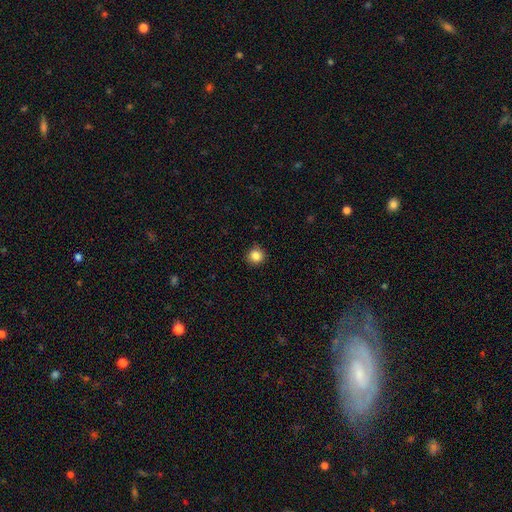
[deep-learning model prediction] smooth-or-featured: smooth: 86% | star or artifact: 10% | featured or disk: 3%
  how-rounded: round: 94% | in between: 5% | cigar-shaped: 1%
  merging: none: 91% | minor disturbance: 7% | major disturbance: 2% | merger: 1%